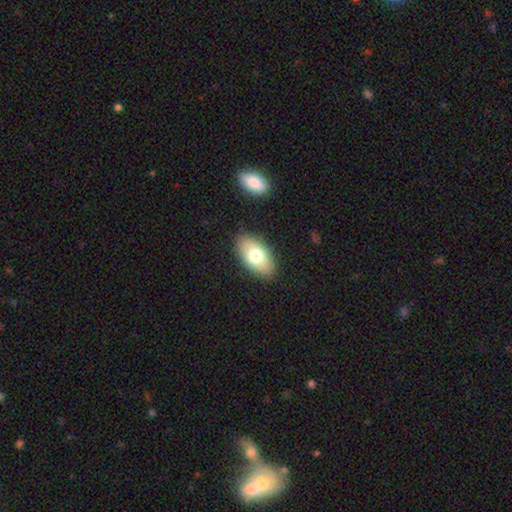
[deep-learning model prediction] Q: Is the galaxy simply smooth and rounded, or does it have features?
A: smooth — 73%.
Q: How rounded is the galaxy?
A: in between — 93%.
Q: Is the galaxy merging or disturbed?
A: none — 86%.